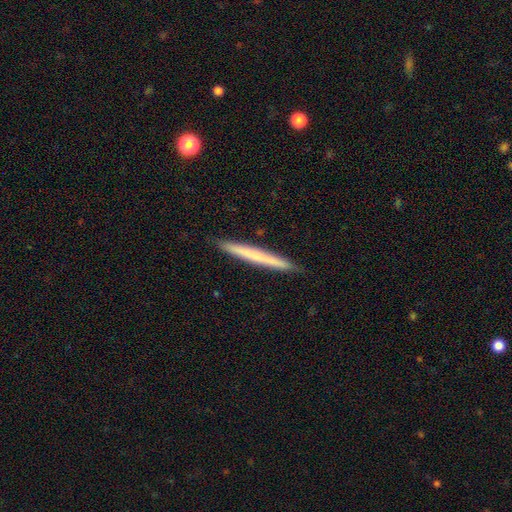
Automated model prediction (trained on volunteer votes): Smooth or featured: smooth — 61% (featured or disk — 34%)
How rounded: cigar-shaped — 97% (in between — 2%)
Merging: none — 92% (minor disturbance — 6%)